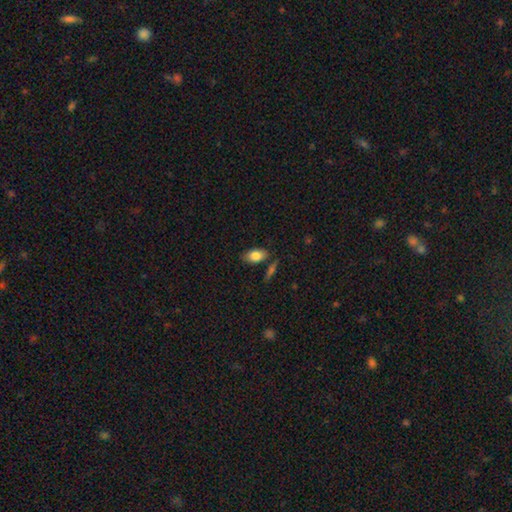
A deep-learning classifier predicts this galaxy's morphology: smooth 82%, featured or disk 11%, star or artifact 7%. Down the decision tree: how rounded — in between (91%); merging — none (78%).